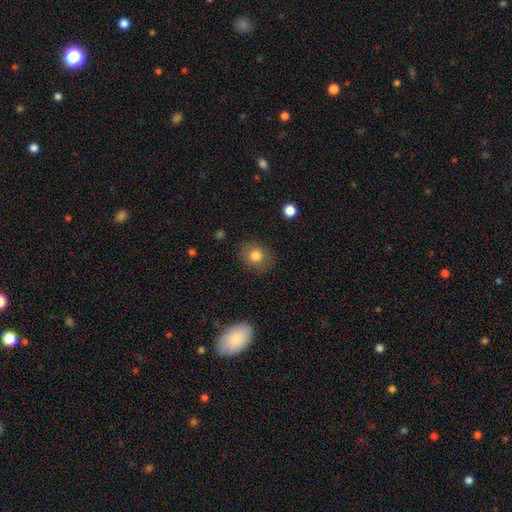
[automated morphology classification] Q: Smooth or featured?
A: smooth (79%); runner-up: featured or disk (11%)
Q: How rounded?
A: round (68%); runner-up: in between (31%)
Q: Merging?
A: none (84%); runner-up: minor disturbance (11%)